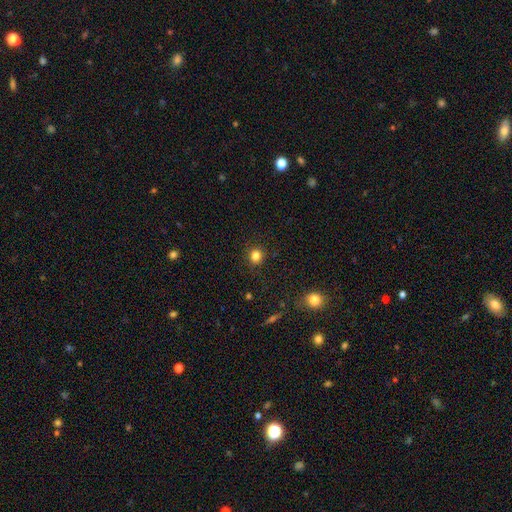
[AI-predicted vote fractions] Smooth or featured? smooth (82%)
How rounded? round (88%)
Merging? none (90%)